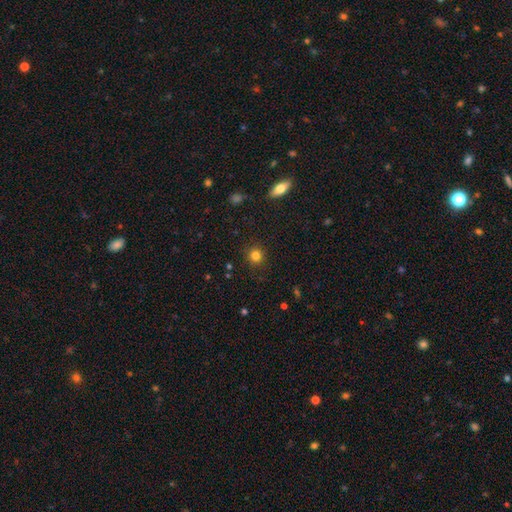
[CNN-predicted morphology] The model was most divided on "smooth or featured": smooth: 82%, star or artifact: 13%, featured or disk: 5%. More confident: how rounded — round (92%); merging — none (90%).